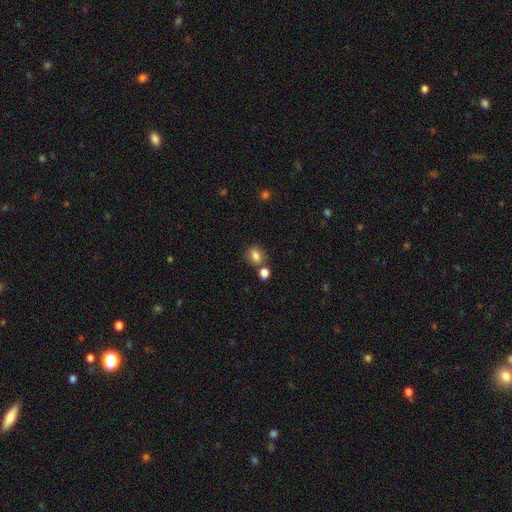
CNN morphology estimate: This appears to be a smooth galaxy with no disk features (80%) that is in between round and cigar-shaped (58%). Merging: none (64%).